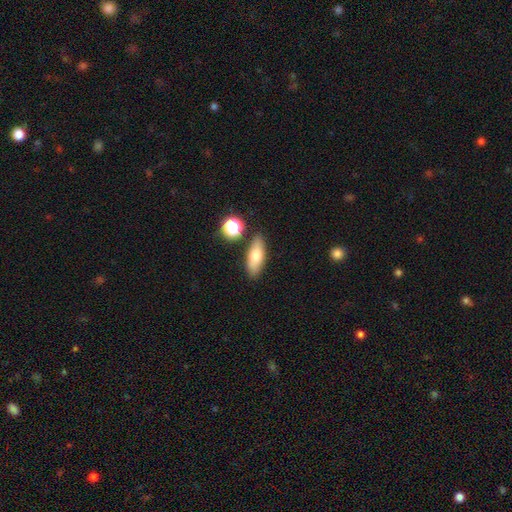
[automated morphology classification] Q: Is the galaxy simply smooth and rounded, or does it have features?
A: smooth — 73%.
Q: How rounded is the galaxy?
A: in between — 68%.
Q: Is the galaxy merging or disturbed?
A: none — 82%.